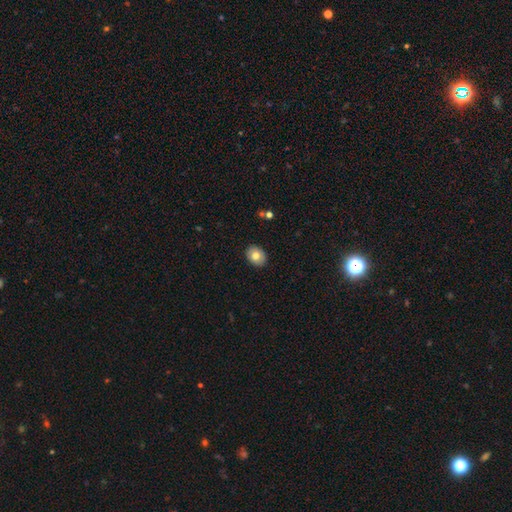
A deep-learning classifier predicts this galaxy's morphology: Smooth or featured? Predicted: smooth (p=0.77). How rounded? Predicted: in between (p=0.60). Merging? Predicted: none (p=0.90).